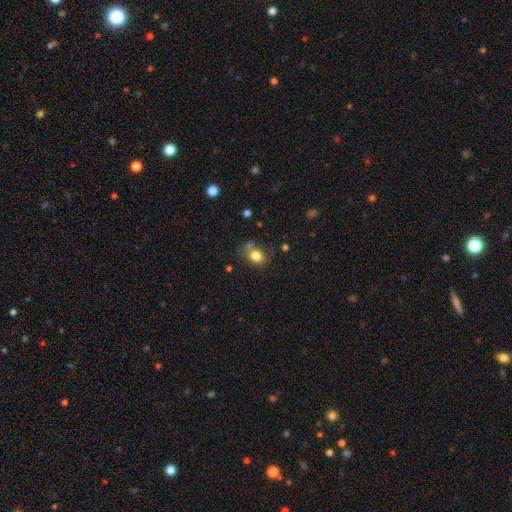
This is clearly a smooth galaxy (89%). How rounded: possibly round (53%). Merging: likely none (65%).